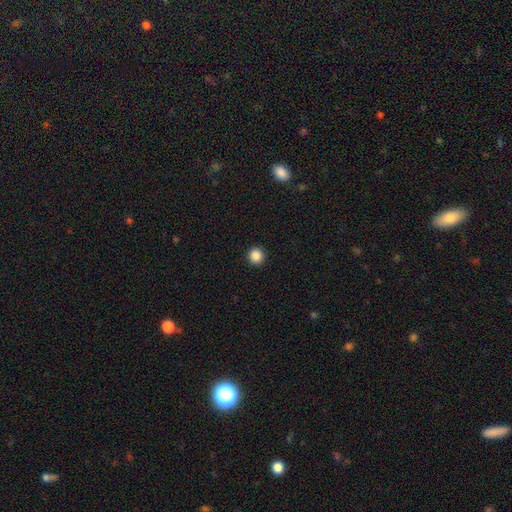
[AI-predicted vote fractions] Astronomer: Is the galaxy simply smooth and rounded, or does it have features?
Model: smooth — 87%.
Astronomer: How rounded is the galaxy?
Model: round — 95%.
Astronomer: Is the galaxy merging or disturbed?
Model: none — 94%.